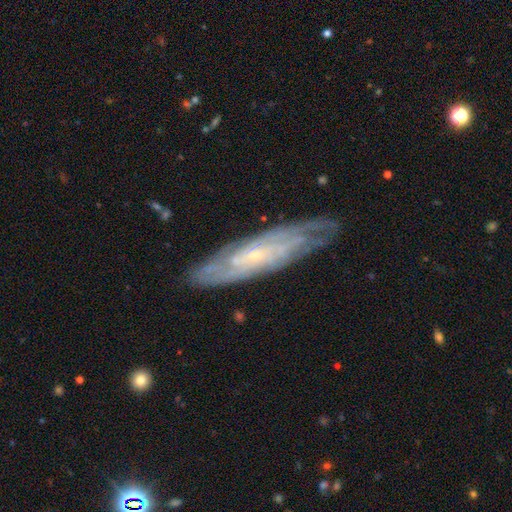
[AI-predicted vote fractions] This appears to be a featured or disk galaxy (79%) with no bar (65%), tight (67%) spiral arms (90%) and a small central bulge (84%). Merging: none (78%).